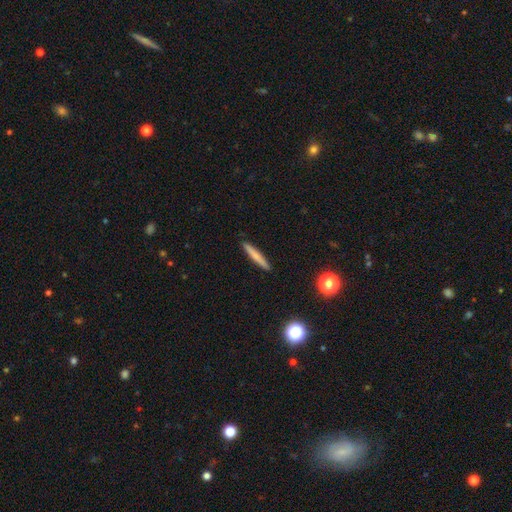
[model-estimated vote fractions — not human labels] smooth_or_featured: smooth (p=0.66) [alt: featured or disk p=0.26]
how_rounded: cigar-shaped (p=0.95) [alt: in between p=0.04]
merging: none (p=0.91) [alt: minor disturbance p=0.06]